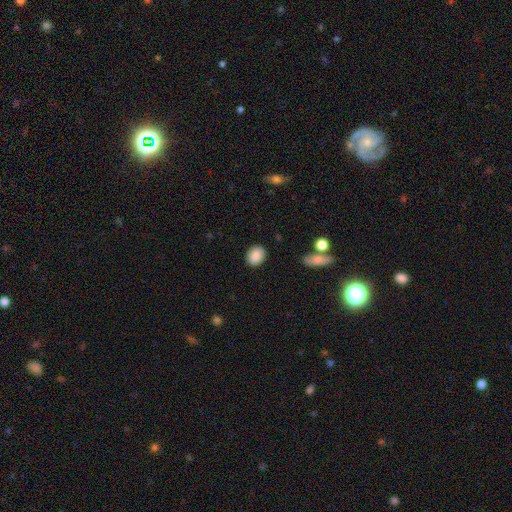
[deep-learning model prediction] Morphology: type=smooth (88%); roundness=in between (56%); merging=none (87%).